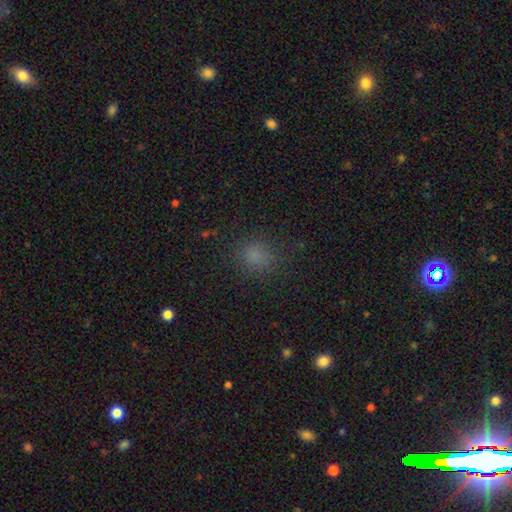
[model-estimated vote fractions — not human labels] smooth_or_featured: smooth (p=0.78) [alt: star or artifact p=0.18]
how_rounded: round (p=0.77) [alt: in between p=0.22]
merging: none (p=0.82) [alt: minor disturbance p=0.12]